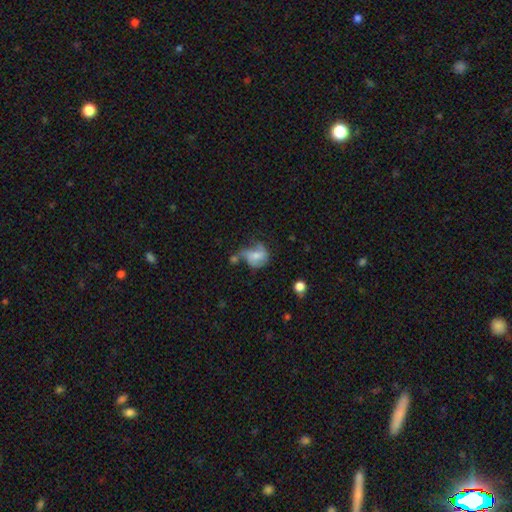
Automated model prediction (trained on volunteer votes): smooth_or_featured: featured or disk (p=0.47) [alt: smooth p=0.43]
merging: major disturbance (p=0.30) [tied with: none p=0.30]